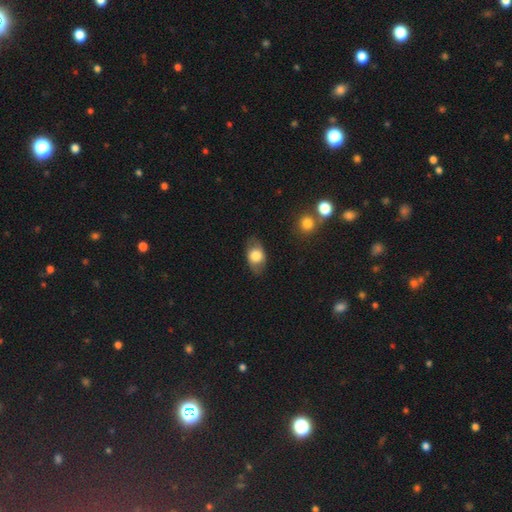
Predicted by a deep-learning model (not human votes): smooth-or-featured: smooth: 71% | featured or disk: 21% | star or artifact: 7%
  how-rounded: in between: 83% | round: 15% | cigar-shaped: 2%
  merging: none: 80% | minor disturbance: 14% | major disturbance: 4% | merger: 1%